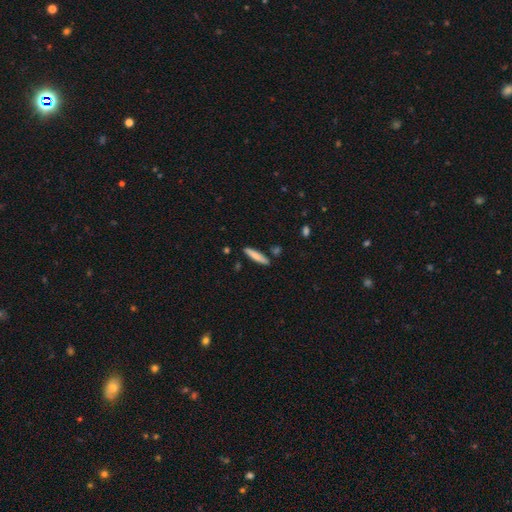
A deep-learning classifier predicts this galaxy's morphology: type=smooth (78%); roundness=cigar-shaped (87%); merging=none (86%).